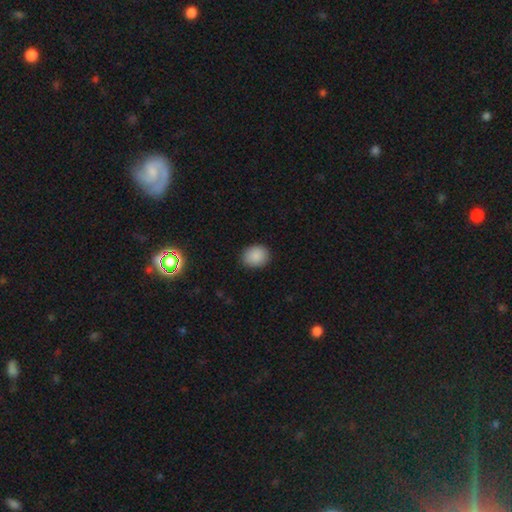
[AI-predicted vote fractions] Smooth or featured: smooth — 89% (star or artifact — 8%)
How rounded: round — 52% (in between — 47%)
Merging: none — 87% (minor disturbance — 9%)